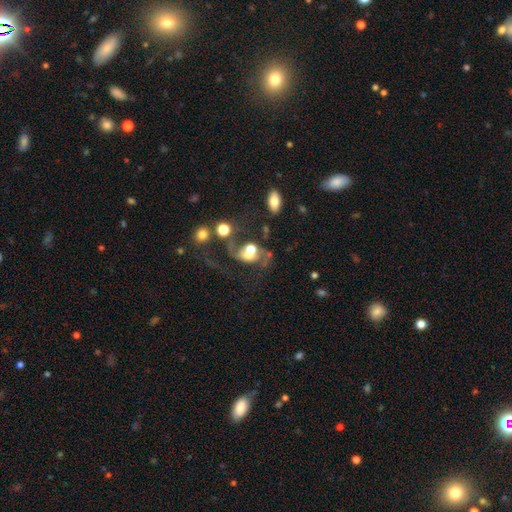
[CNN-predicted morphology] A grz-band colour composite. It shows a featured or disk galaxy (71%) with no bar (59%), 2 (79%) loose (58%) spiral arms (83%) and a moderate central bulge (50%). Merging: none (35%).